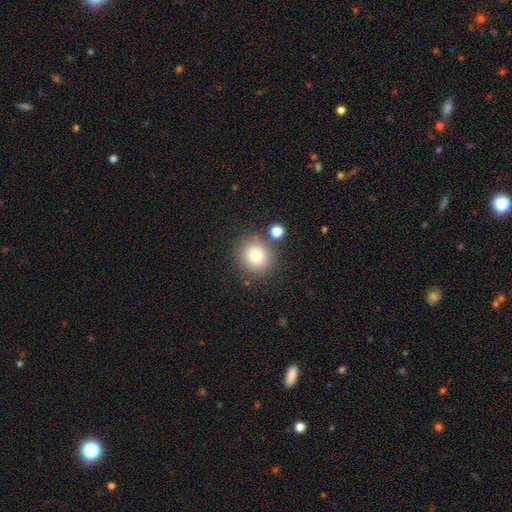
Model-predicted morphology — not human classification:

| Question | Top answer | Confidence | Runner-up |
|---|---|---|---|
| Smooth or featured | smooth | 77% | star or artifact (13%) |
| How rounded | round | 91% | in between (8%) |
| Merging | none | 80% | minor disturbance (9%) |